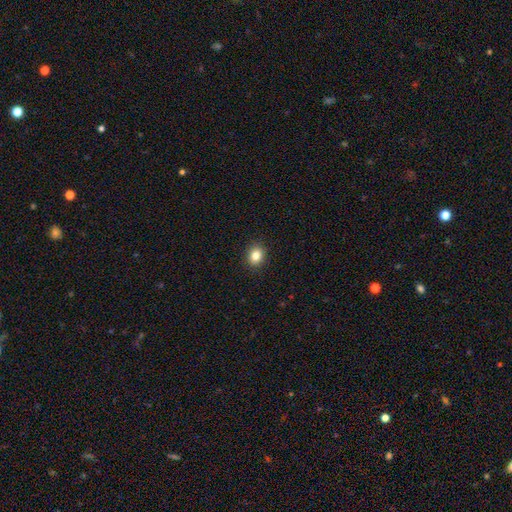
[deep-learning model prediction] The model was most divided on "how rounded": round: 60%, in between: 40%, cigar-shaped: 1%. More confident: merging — none (91%); smooth or featured — smooth (83%).